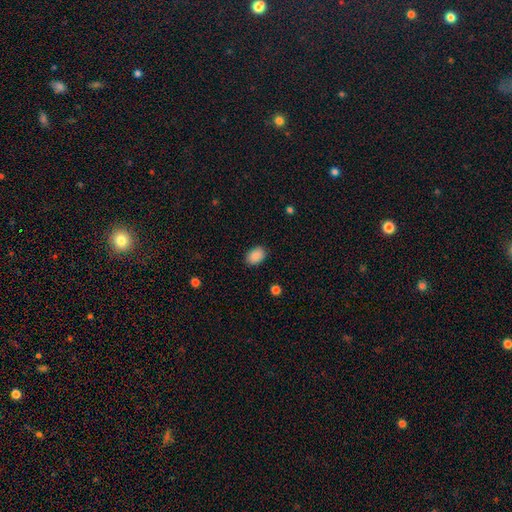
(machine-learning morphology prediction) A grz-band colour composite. It shows a smooth galaxy with no disk features (89%) that is in between round and cigar-shaped (81%). Merging: none (88%).